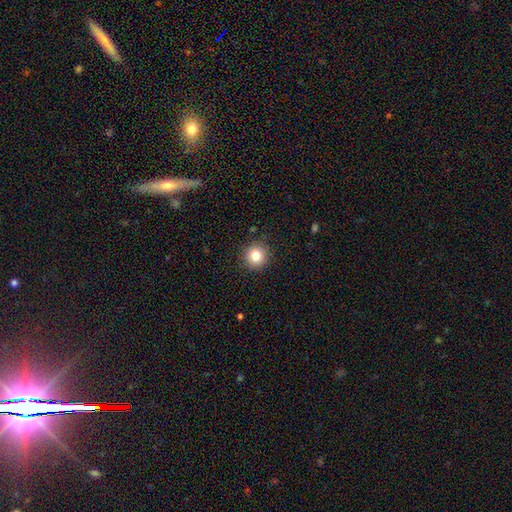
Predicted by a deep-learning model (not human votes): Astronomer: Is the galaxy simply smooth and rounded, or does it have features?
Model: smooth — 81%.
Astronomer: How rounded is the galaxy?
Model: round — 94%.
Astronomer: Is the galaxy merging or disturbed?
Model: none — 91%.